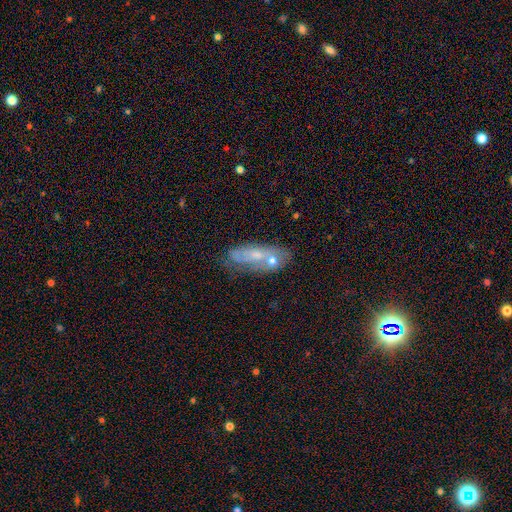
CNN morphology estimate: Smooth or featured? featured or disk (47%)
Merging? none (47%)